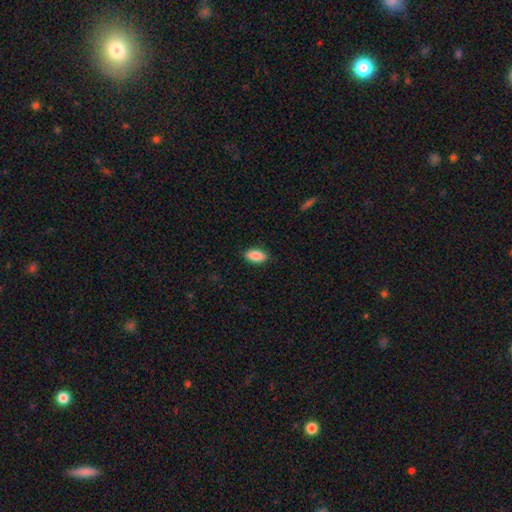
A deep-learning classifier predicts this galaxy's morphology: Smooth or featured: smooth — 88% (star or artifact — 7%)
How rounded: in between — 92% (cigar-shaped — 5%)
Merging: none — 88% (minor disturbance — 9%)